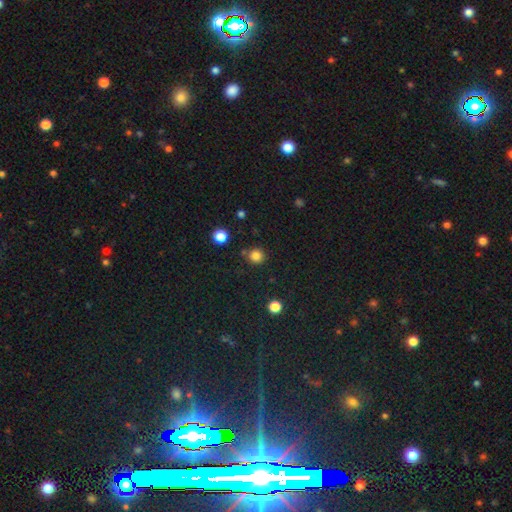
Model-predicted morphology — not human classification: Overall: smooth (83%). How rounded: round (92%). Merging: none (84%).